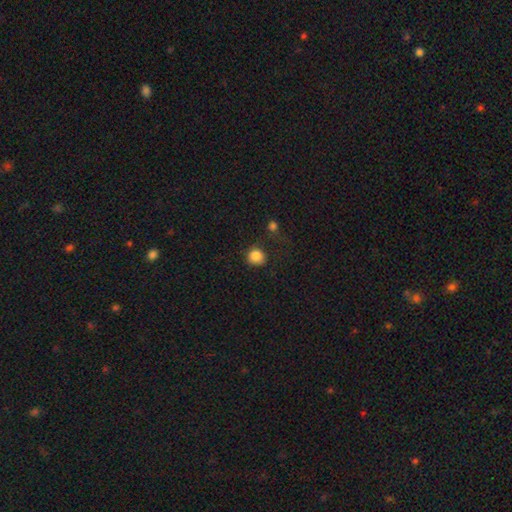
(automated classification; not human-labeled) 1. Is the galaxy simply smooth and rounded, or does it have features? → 86% smooth, 10% star or artifact, 4% featured or disk.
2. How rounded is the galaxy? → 88% round, 11% in between, 1% cigar-shaped.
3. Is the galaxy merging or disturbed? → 73% none, 15% minor disturbance, 7% major disturbance, 5% merger.